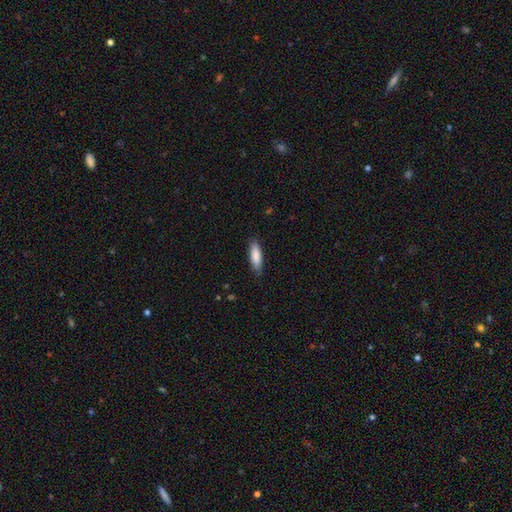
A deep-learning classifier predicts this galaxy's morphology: Overall: smooth (84%). How rounded: cigar-shaped (53%; in between 46%). Merging: none (86%).